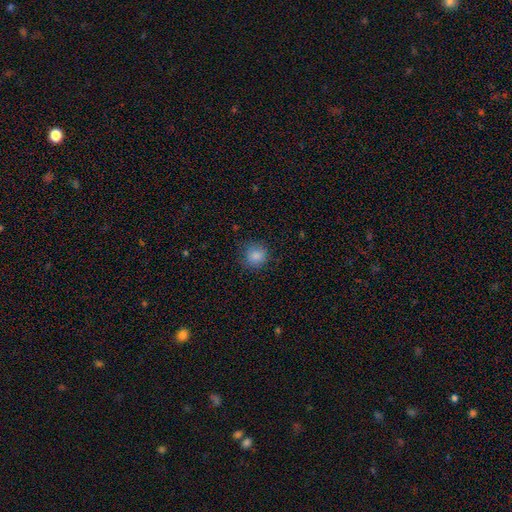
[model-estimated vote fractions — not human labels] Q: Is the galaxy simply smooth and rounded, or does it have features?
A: smooth — 85%.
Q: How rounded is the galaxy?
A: round — 90%.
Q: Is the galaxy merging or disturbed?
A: none — 82%.